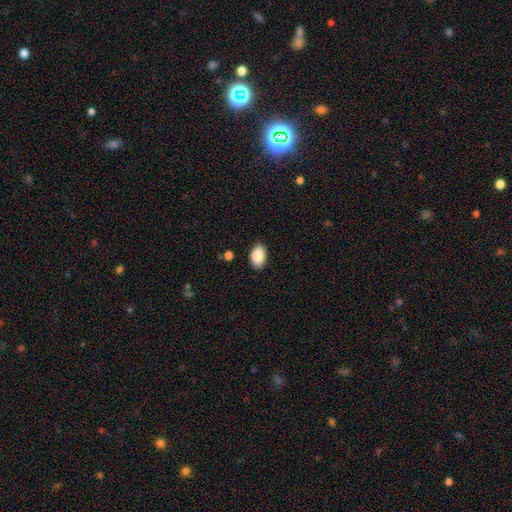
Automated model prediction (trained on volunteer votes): A smooth galaxy with no disk features (88%) that is in between round and cigar-shaped (91%).

Vote fractions:
- Smooth or featured? smooth: 88% / star or artifact: 7% / featured or disk: 5%
- How rounded? in between: 91% / round: 8% / cigar-shaped: 1%
- Merging? none: 87% / minor disturbance: 10% / major disturbance: 2% / merger: 1%